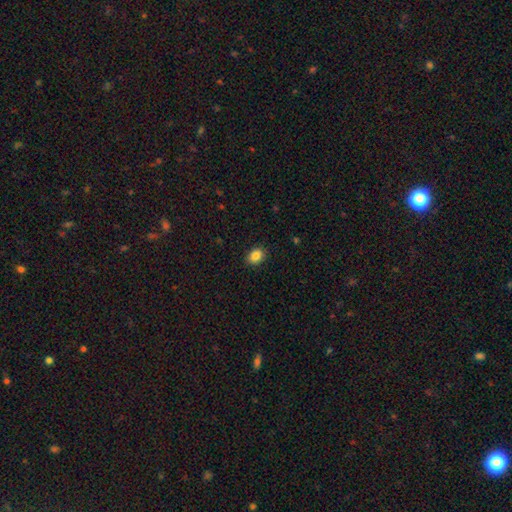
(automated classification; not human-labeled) smooth 86%, star or artifact 9%, featured or disk 4%. Down the decision tree: how rounded — in between (58%); merging — none (89%).